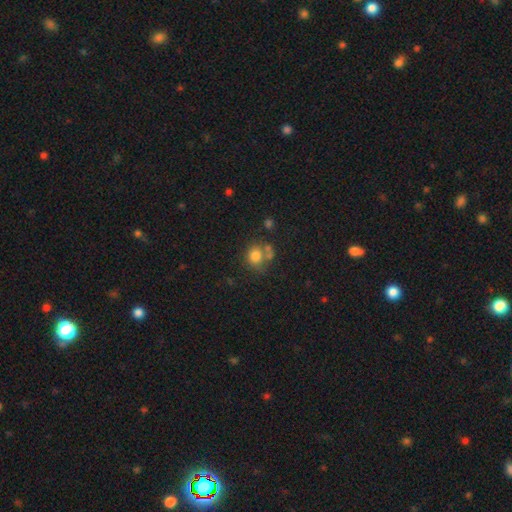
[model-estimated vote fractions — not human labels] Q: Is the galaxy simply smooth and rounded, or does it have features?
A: smooth — 77%.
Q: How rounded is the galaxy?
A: round — 80%.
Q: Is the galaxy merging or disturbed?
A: none — 47%.